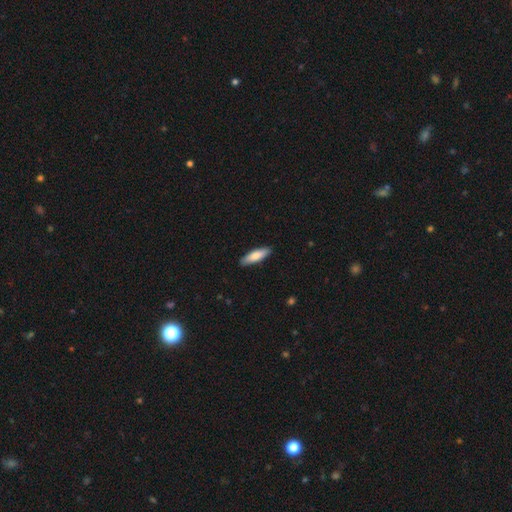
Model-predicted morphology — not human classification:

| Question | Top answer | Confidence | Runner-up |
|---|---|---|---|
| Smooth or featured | smooth | 79% | featured or disk (16%) |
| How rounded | cigar-shaped | 57% | in between (42%) |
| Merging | none | 90% | minor disturbance (8%) |